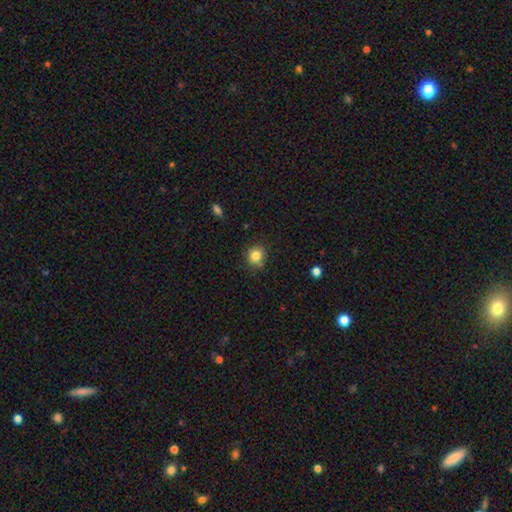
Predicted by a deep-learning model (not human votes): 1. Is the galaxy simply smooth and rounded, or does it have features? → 83% smooth, 11% star or artifact, 6% featured or disk.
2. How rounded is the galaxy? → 86% round, 13% in between, 1% cigar-shaped.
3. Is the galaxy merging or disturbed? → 81% none, 13% minor disturbance, 4% merger, 3% major disturbance.